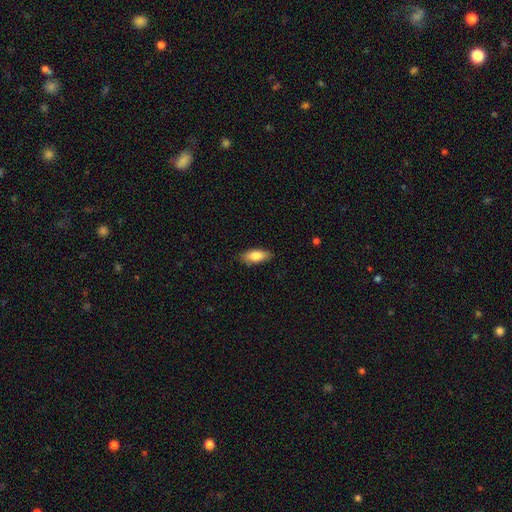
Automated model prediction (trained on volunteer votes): smooth 81%, featured or disk 12%, star or artifact 6%. Down the decision tree: how rounded — in between (83%); merging — none (81%).